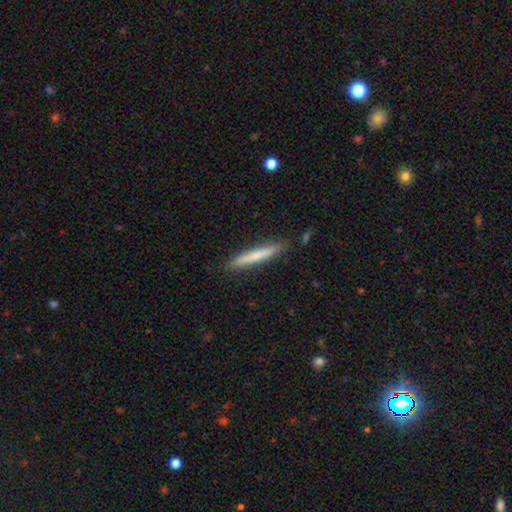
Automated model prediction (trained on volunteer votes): The model was most divided on "smooth or featured": smooth: 66%, featured or disk: 29%, star or artifact: 5%. More confident: how rounded — cigar-shaped (95%); merging — none (88%).